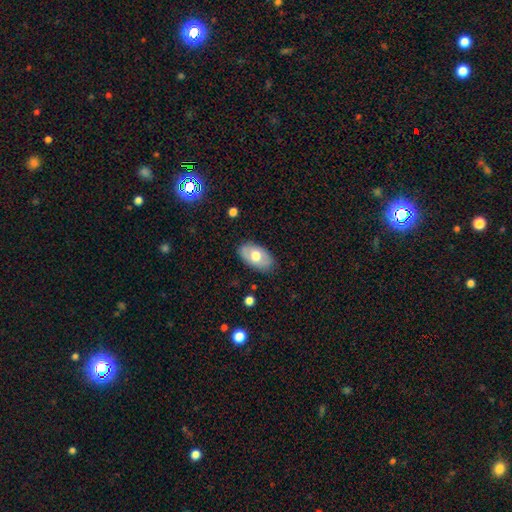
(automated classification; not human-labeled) smooth_or_featured: smooth (p=0.64) [alt: featured or disk p=0.30]
how_rounded: in between (p=0.93) [alt: round p=0.06]
merging: none (p=0.82) [alt: minor disturbance p=0.14]